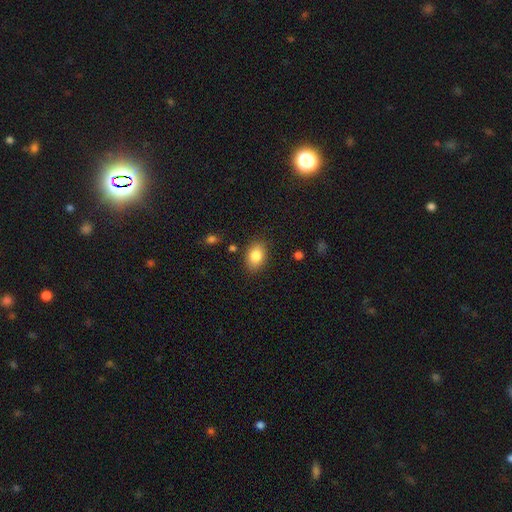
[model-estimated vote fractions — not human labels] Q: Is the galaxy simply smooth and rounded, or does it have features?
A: smooth — 85%.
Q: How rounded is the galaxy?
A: in between — 82%.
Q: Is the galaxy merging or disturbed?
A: none — 84%.